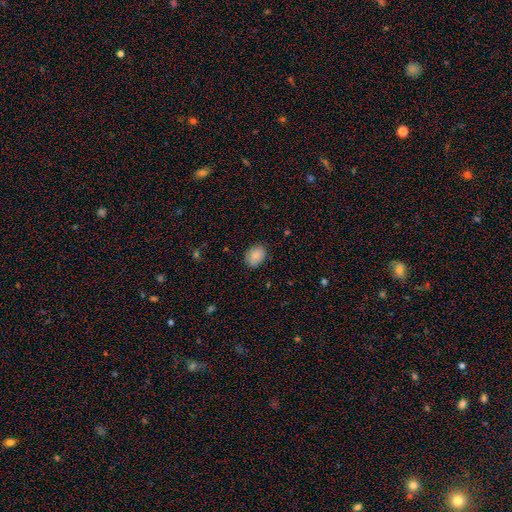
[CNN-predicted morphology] smooth_or_featured: smooth (p=0.87) [alt: star or artifact p=0.08]
how_rounded: in between (p=0.67) [alt: round p=0.32]
merging: none (p=0.82) [alt: minor disturbance p=0.14]